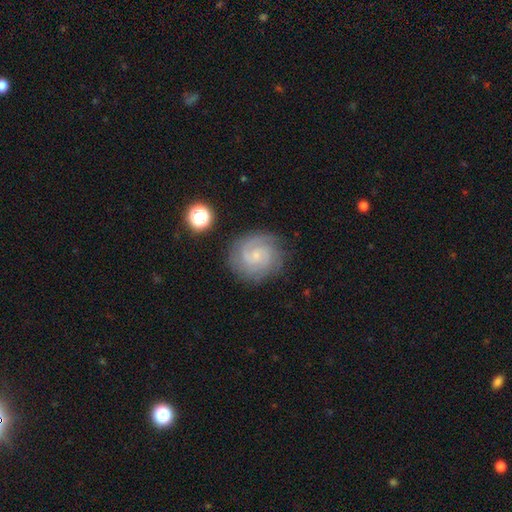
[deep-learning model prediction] Overall: featured or disk (79%). Edge-on disk: no (98%). Bar: no (65%; weak 30%). Spiral arms: yes (97%). Spiral arm count: 2 (37%; 3 26%). Spiral winding: tight (62%; medium 32%). Bulge size: small (78%). Merging: none (80%).